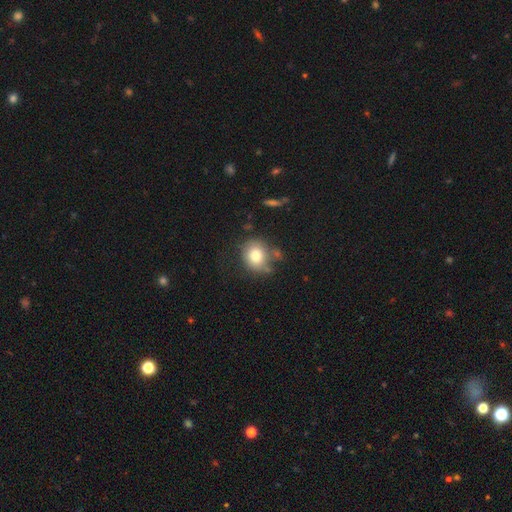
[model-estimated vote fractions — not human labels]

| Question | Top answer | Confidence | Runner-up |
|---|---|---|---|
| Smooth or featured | smooth | 76% | featured or disk (13%) |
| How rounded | round | 73% | in between (26%) |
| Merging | none | 65% | minor disturbance (19%) |